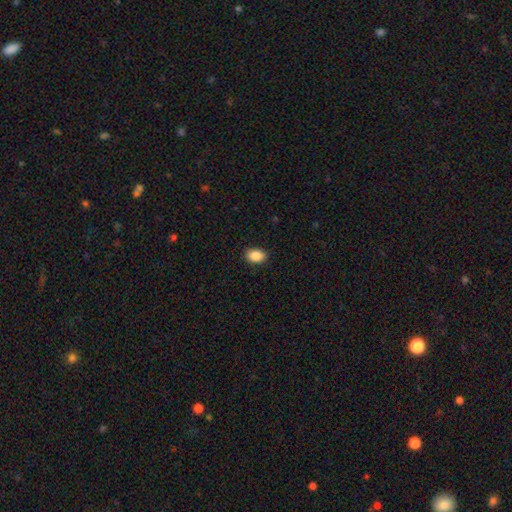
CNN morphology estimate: A smooth galaxy with no disk features (89%) that is in between round and cigar-shaped (84%).

Vote fractions:
- Smooth or featured? smooth: 89% / star or artifact: 8% / featured or disk: 3%
- How rounded? in between: 84% / round: 15% / cigar-shaped: 1%
- Merging? none: 89% / minor disturbance: 8% / major disturbance: 2% / merger: 1%